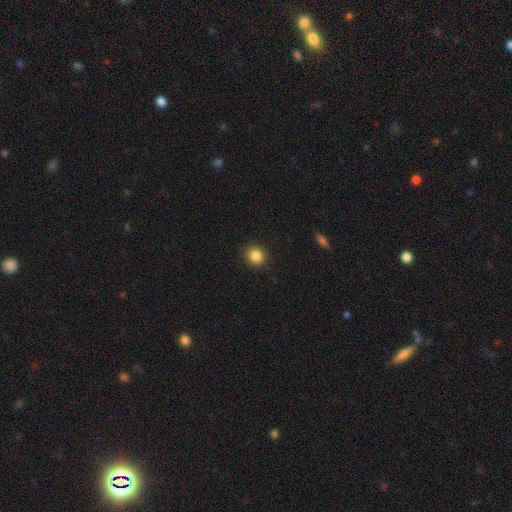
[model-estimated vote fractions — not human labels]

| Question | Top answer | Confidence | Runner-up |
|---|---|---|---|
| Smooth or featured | smooth | 85% | star or artifact (10%) |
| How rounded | round | 88% | in between (11%) |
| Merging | none | 91% | minor disturbance (6%) |